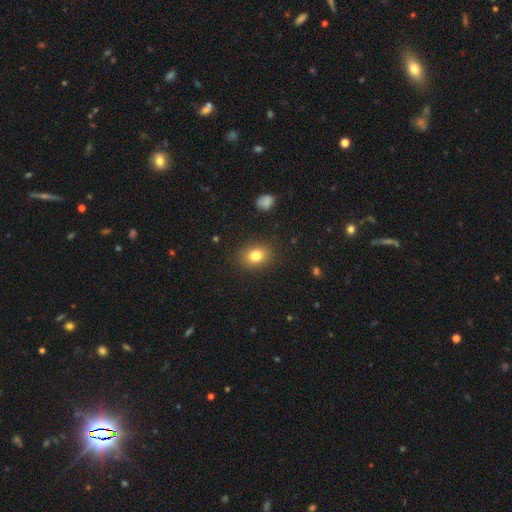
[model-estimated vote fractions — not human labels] Morphology: type=smooth (82%); roundness=in between (64%); merging=none (87%).